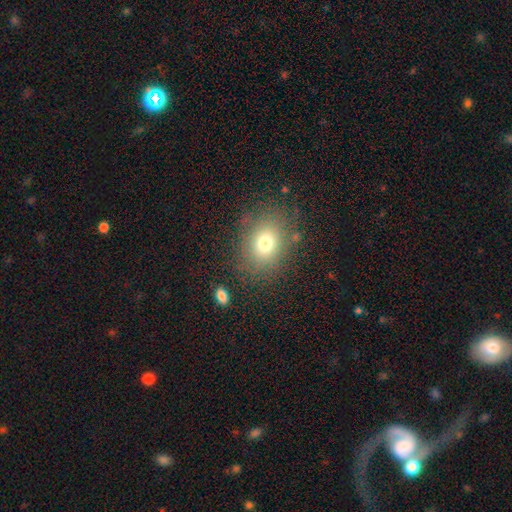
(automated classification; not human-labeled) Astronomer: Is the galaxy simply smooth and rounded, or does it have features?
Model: smooth — 75%.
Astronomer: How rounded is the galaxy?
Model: in between — 56% (runner-up: round, 43%).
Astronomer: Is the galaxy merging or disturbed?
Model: none — 83%.